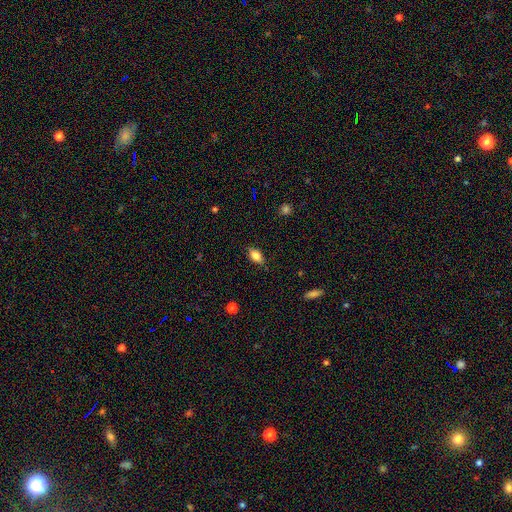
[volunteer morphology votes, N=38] Volunteers were most divided on "merging": none: 75%, minor disturbance: 25%, major disturbance: 0%, merger: 0%. More confident: how rounded — in between (90%); smooth or featured — smooth (79%).